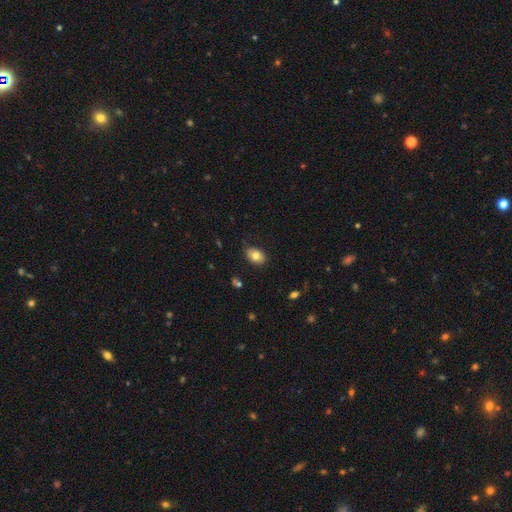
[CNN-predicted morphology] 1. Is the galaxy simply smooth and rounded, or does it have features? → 77% smooth, 14% featured or disk, 9% star or artifact.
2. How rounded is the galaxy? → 77% in between, 21% round, 1% cigar-shaped.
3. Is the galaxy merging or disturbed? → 81% none, 15% minor disturbance, 3% major disturbance, 1% merger.